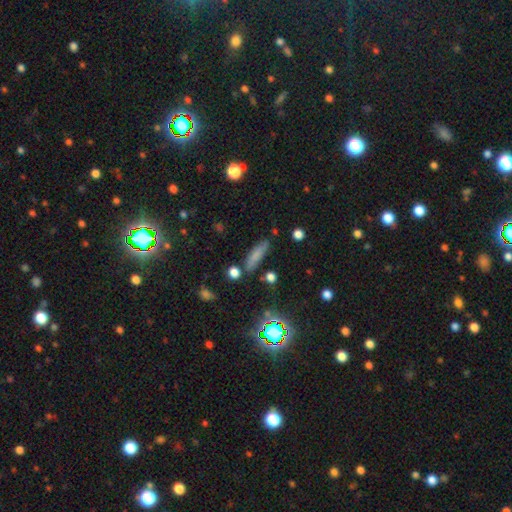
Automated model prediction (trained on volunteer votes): This is likely a smooth galaxy (72%). How rounded: likely cigar-shaped (71%). Merging: likely none (76%).